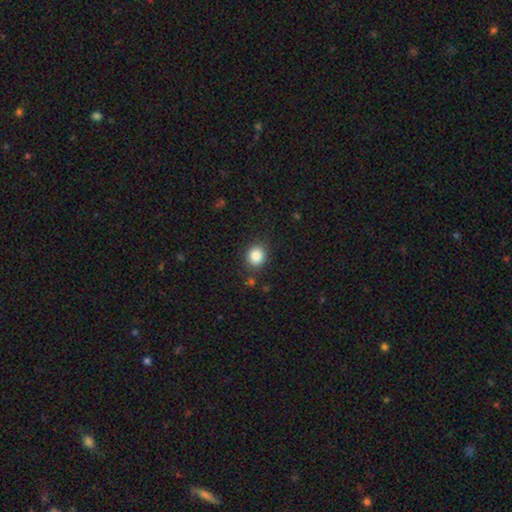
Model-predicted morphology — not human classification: This is clearly a smooth galaxy (85%). How rounded: likely round (77%). Merging: clearly none (85%).